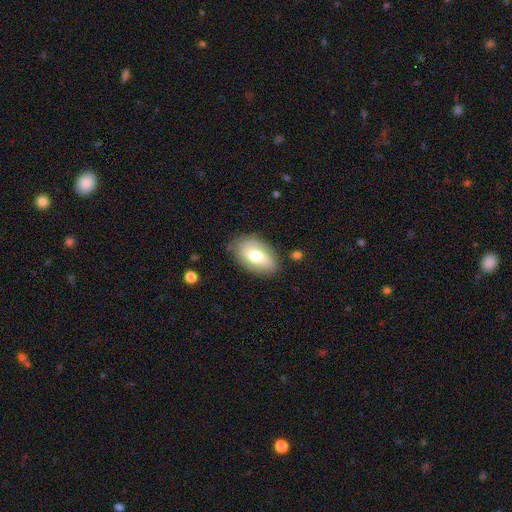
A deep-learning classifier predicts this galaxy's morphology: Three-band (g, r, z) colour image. It shows a smooth galaxy with no disk features (64%) that is in between round and cigar-shaped (90%). Merging: none (79%).